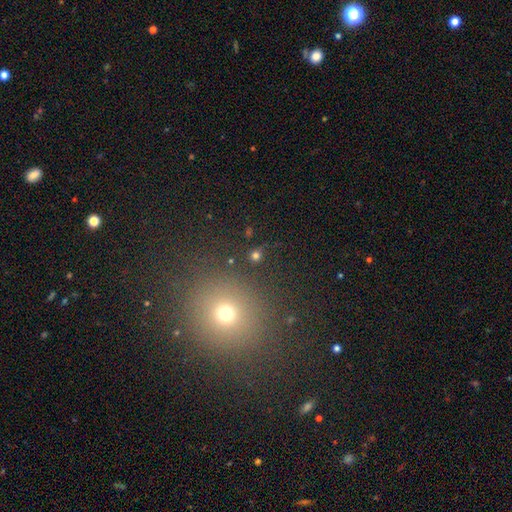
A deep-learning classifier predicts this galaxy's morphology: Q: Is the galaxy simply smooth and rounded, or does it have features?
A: smooth — 74%.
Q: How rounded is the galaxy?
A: round — 89%.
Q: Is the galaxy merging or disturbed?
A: none — 85%.